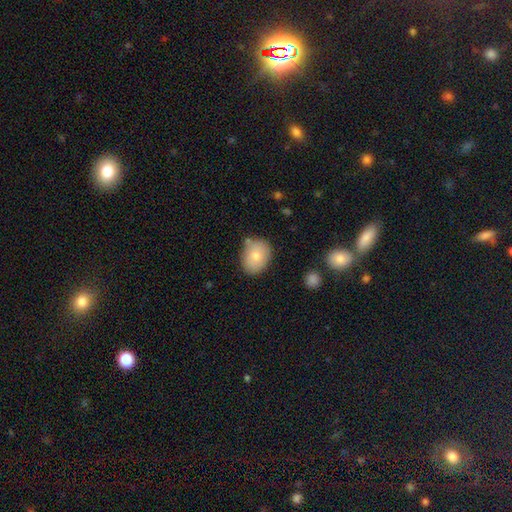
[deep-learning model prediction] Smooth or featured?
  - smooth: 79% *
  - featured or disk: 13%
  - star or artifact: 8%
How rounded?
  - in between: 59% *
  - round: 40%
  - cigar-shaped: 1%
Merging?
  - none: 69% *
  - minor disturbance: 20%
  - merger: 6%
  - major disturbance: 4%